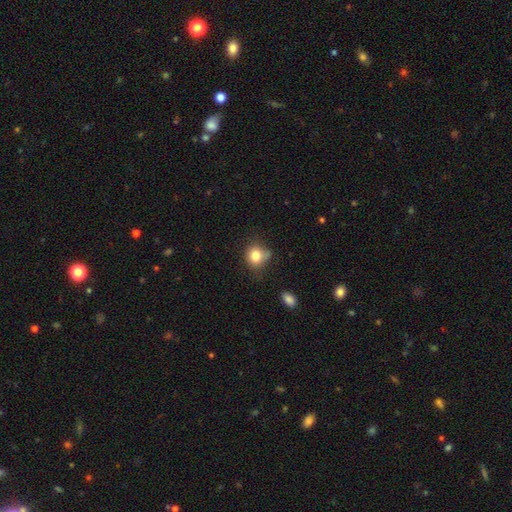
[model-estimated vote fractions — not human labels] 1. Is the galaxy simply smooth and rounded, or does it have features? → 80% smooth, 11% star or artifact, 9% featured or disk.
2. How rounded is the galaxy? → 75% round, 24% in between, 1% cigar-shaped.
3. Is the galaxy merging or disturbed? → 56% none, 30% minor disturbance, 9% major disturbance, 4% merger.